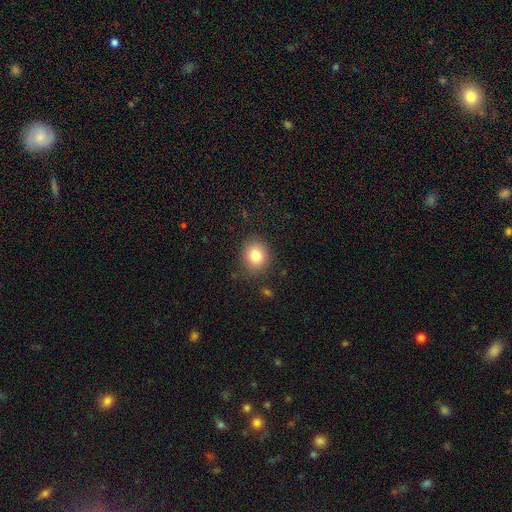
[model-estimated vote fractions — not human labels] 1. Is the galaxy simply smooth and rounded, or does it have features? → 82% smooth, 10% star or artifact, 8% featured or disk.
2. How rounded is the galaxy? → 75% round, 24% in between, 1% cigar-shaped.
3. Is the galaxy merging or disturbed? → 83% none, 12% minor disturbance, 3% major disturbance, 1% merger.